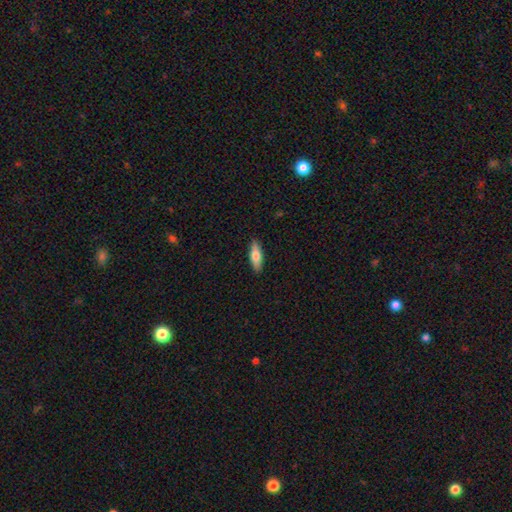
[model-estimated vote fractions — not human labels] Smooth or featured: smooth — 70% (featured or disk — 25%)
How rounded: cigar-shaped — 49% (tied with in between — 49%)
Merging: none — 90% (minor disturbance — 8%)